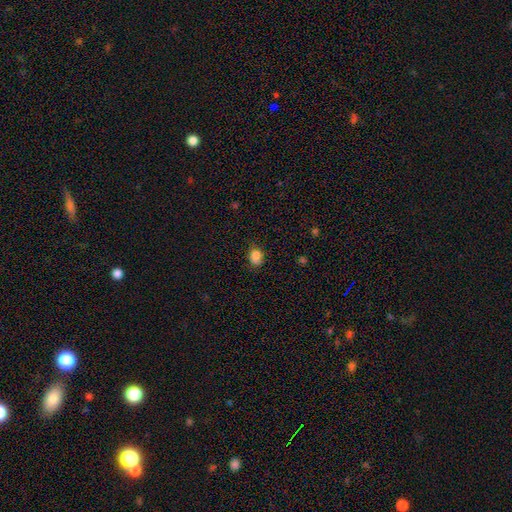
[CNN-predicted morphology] A smooth galaxy with no disk features (83%) that is in between round and cigar-shaped (50%).

Vote fractions:
- Smooth or featured? smooth: 83% / star or artifact: 11% / featured or disk: 6%
- How rounded? in between: 50% / round: 49% / cigar-shaped: 1%
- Merging? none: 71% / minor disturbance: 23% / major disturbance: 4% / merger: 2%